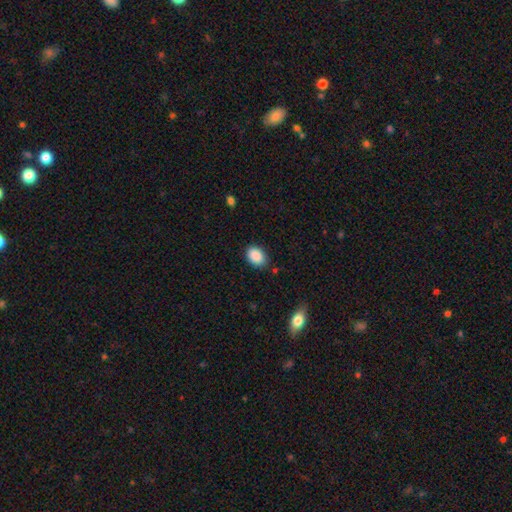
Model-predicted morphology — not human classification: smooth-or-featured: smooth: 89% | star or artifact: 8% | featured or disk: 3%
  how-rounded: in between: 77% | round: 22% | cigar-shaped: 1%
  merging: none: 81% | minor disturbance: 14% | major disturbance: 3% | merger: 2%